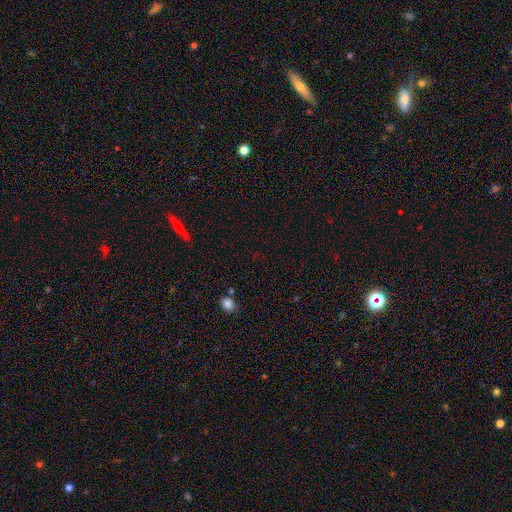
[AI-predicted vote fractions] smooth-or-featured: star or artifact: 52% | smooth: 38% | featured or disk: 9%